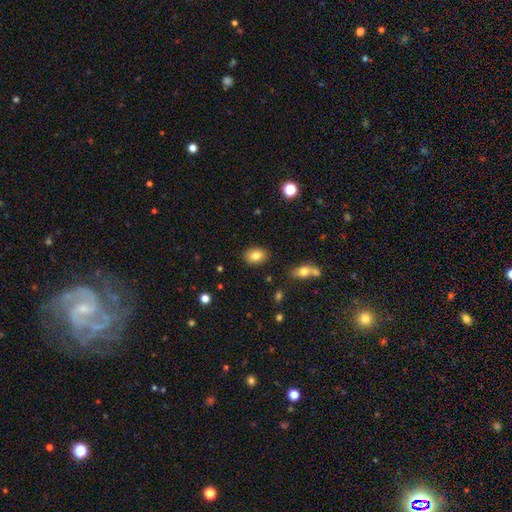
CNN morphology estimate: Overall: smooth (82%). How rounded: in between (74%). Merging: none (86%).